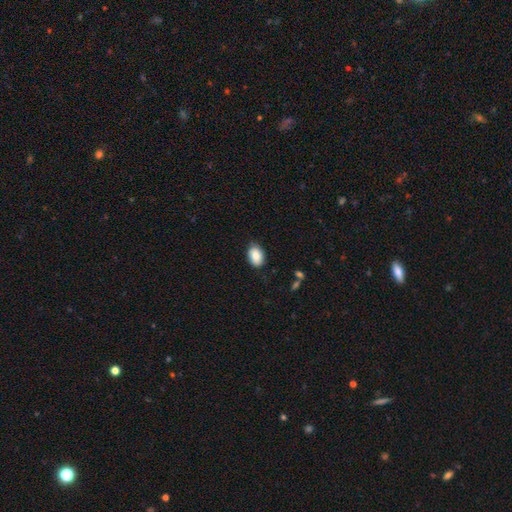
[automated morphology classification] Smooth or featured?
  - smooth: 86% *
  - featured or disk: 7%
  - star or artifact: 7%
How rounded?
  - in between: 86% *
  - round: 13%
  - cigar-shaped: 1%
Merging?
  - none: 80% *
  - minor disturbance: 16%
  - major disturbance: 3%
  - merger: 1%